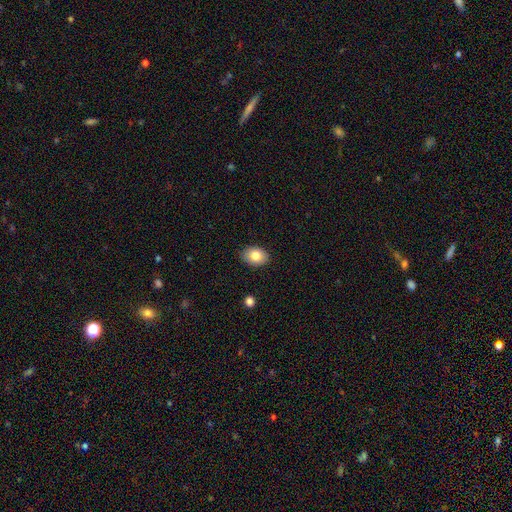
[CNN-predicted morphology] This is clearly a smooth galaxy (82%). How rounded: clearly in between (80%). Merging: clearly none (87%).